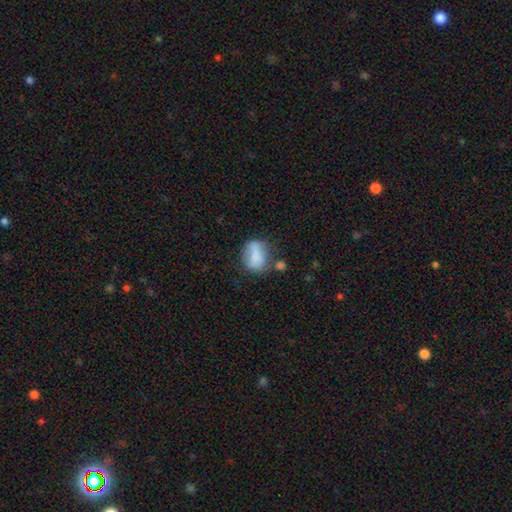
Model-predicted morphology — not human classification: Smooth or featured? smooth (74%)
How rounded? in between (71%)
Merging? none (42%)